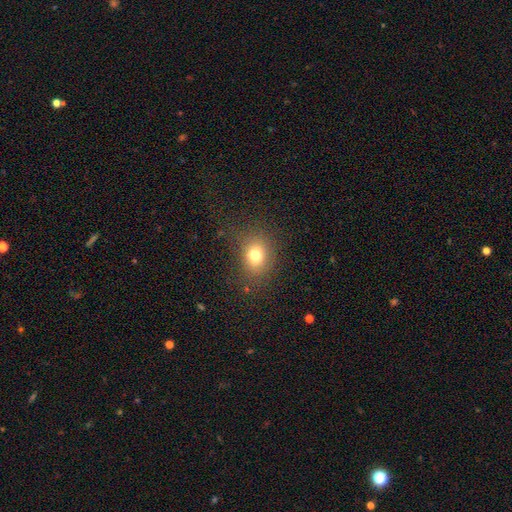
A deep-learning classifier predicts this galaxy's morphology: A smooth galaxy with no disk features (76%) that is in between round and cigar-shaped (51%). Merging: none (80%).